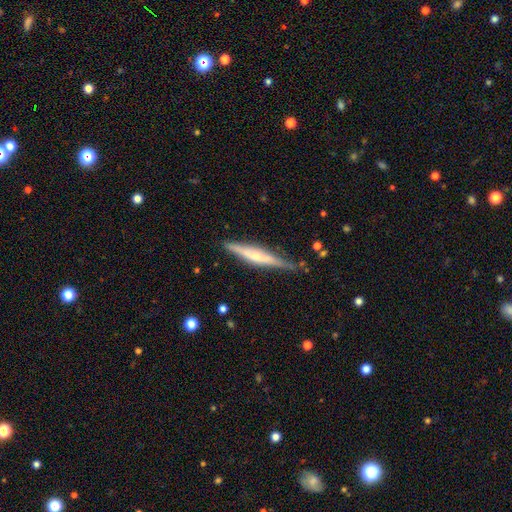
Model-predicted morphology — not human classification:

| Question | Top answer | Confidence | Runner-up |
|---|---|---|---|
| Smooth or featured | featured or disk | 58% | smooth (37%) |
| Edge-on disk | yes | 95% | no (5%) |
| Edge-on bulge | rounded | 56% | none (29%) |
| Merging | none | 77% | minor disturbance (17%) |